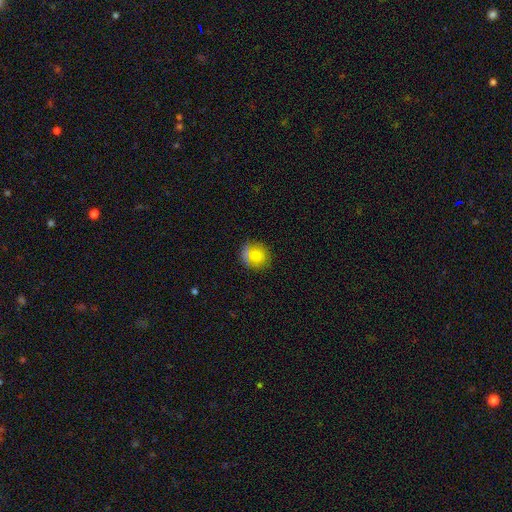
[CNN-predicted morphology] Overall: smooth (78%). How rounded: round (91%). Merging: none (79%).